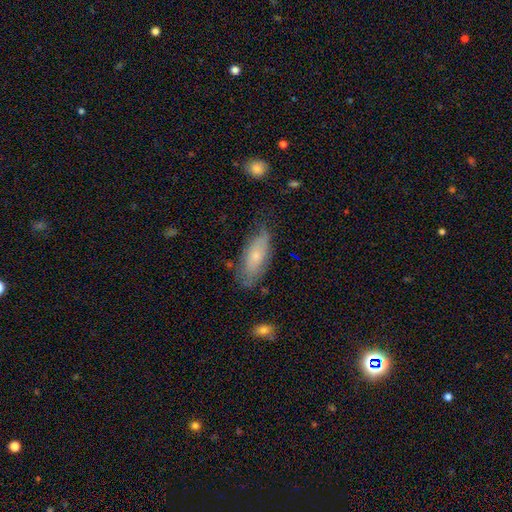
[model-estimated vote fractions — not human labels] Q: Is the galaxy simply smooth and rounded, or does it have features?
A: smooth — 59%.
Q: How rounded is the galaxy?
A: in between — 78%.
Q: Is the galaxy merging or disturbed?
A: none — 60%.